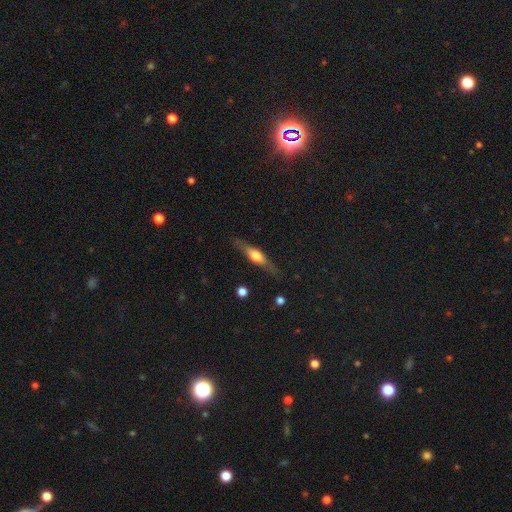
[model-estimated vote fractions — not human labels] Smooth or featured? Predicted: featured or disk (p=0.62). Edge-on disk? Predicted: yes (p=0.94). Edge-on bulge? Predicted: rounded (p=0.87). Merging? Predicted: none (p=0.83).